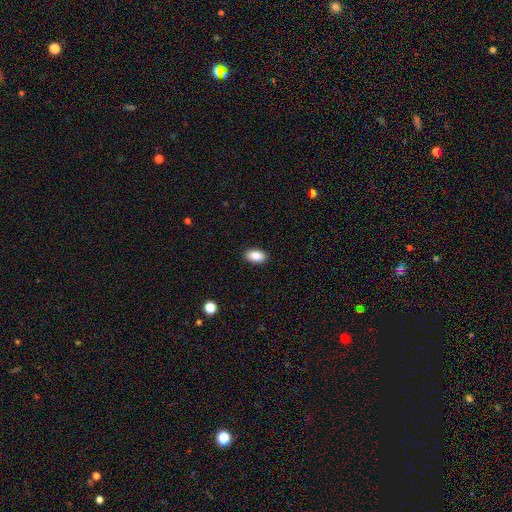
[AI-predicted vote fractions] Overall: smooth (89%). How rounded: in between (94%). Merging: none (90%).